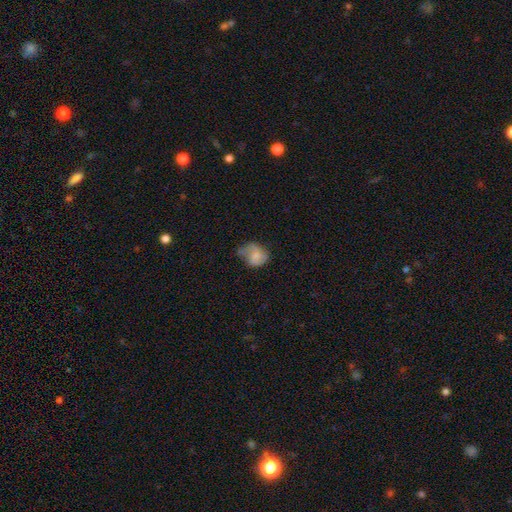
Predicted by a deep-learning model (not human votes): Morphology: type=smooth (59%); roundness=round (54%); merging=minor disturbance (38%).